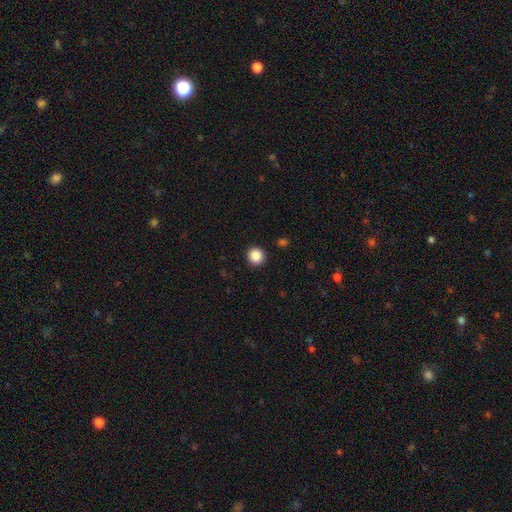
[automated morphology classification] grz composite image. It shows a smooth galaxy with no disk features (87%) that is round (93%). Merging: none (92%).